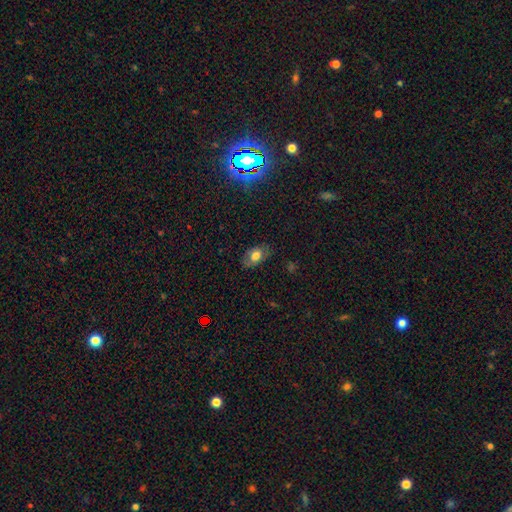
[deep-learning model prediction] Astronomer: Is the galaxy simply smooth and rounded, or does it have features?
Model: smooth — 71%.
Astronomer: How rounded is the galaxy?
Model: in between — 88%.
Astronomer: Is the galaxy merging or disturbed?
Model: none — 76%.